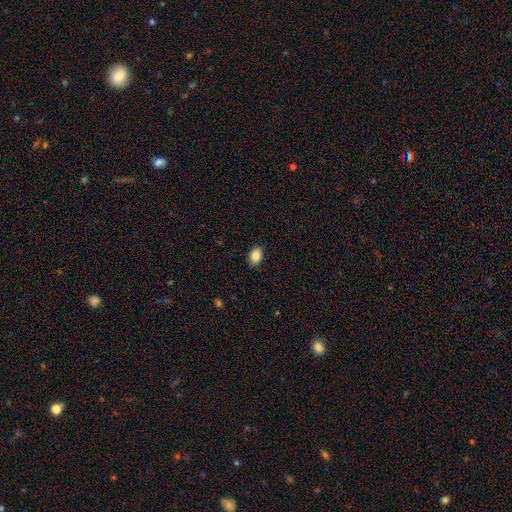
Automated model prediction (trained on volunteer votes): Q: Smooth or featured?
A: smooth (86%); runner-up: star or artifact (8%)
Q: How rounded?
A: in between (82%); runner-up: round (17%)
Q: Merging?
A: none (89%); runner-up: minor disturbance (8%)